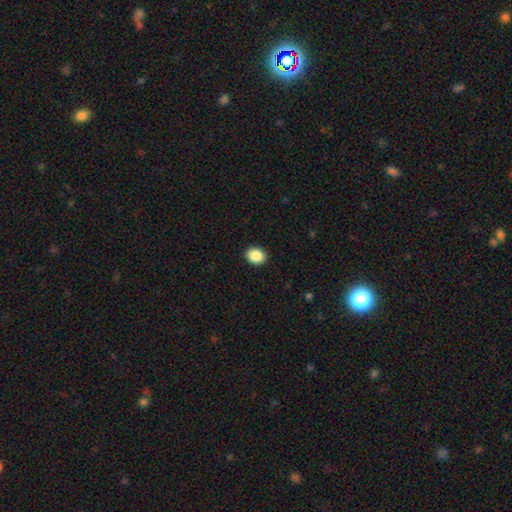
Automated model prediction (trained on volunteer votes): Morphology: type=smooth (89%); roundness=round (58%); merging=none (92%).